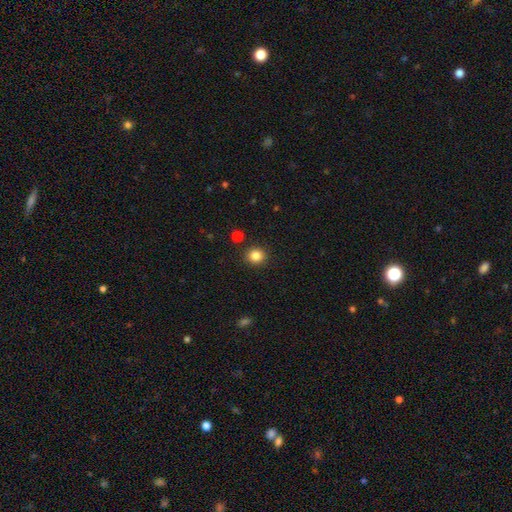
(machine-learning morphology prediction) A smooth galaxy with no disk features (85%) that is round (87%).

Vote fractions:
- Smooth or featured? smooth: 85% / star or artifact: 11% / featured or disk: 4%
- How rounded? round: 87% / in between: 12% / cigar-shaped: 1%
- Merging? none: 90% / minor disturbance: 6% / merger: 2% / major disturbance: 2%